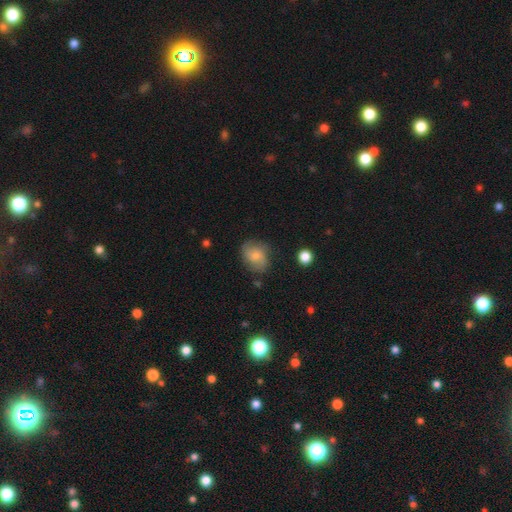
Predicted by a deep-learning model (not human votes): Smooth or featured? Predicted: smooth (p=0.59). How rounded? Predicted: in between (p=0.55). Merging? Predicted: none (p=0.69).